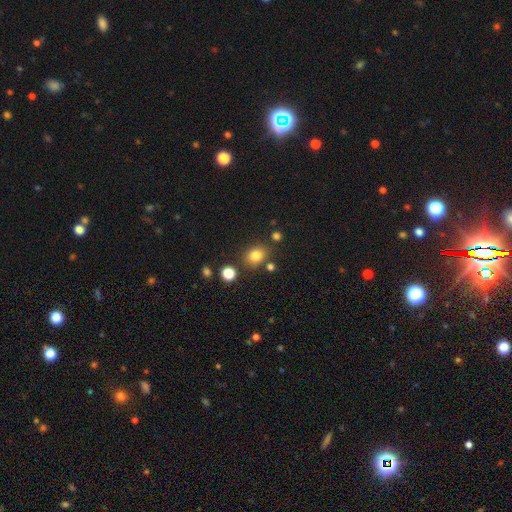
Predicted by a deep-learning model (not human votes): This is clearly a smooth galaxy (81%). How rounded: possibly round (57%). Merging: likely none (78%).